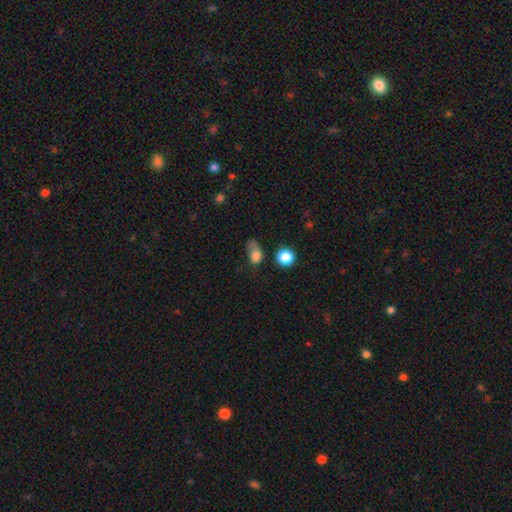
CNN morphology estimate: Smooth or featured: smooth — 77% (star or artifact — 13%)
How rounded: in between — 59% (round — 37%)
Merging: major disturbance — 34% (none — 30%)